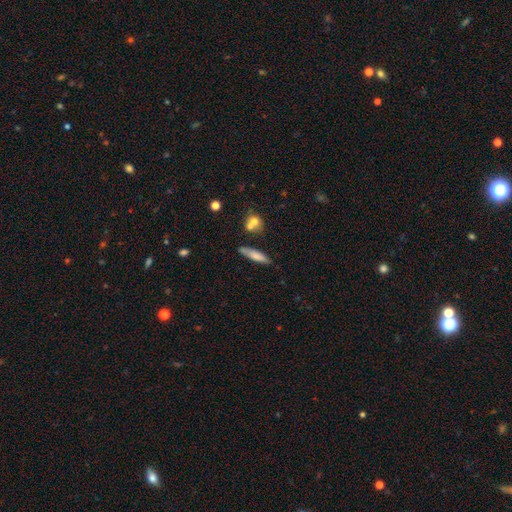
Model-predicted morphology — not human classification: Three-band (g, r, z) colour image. It shows a smooth galaxy with no disk features (74%) that is cigar-shaped (77%). Merging: none (74%).